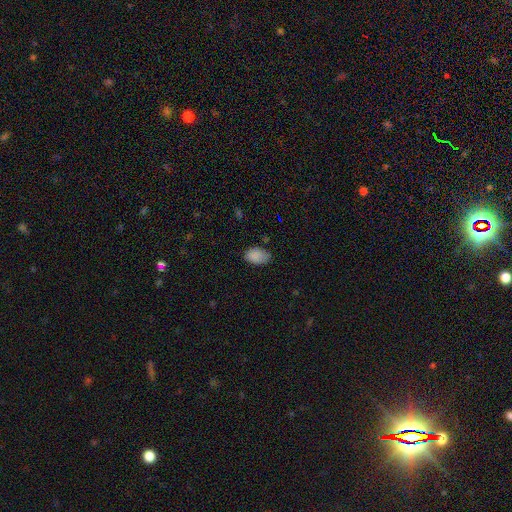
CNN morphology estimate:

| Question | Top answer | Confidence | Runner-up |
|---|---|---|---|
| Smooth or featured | smooth | 87% | star or artifact (8%) |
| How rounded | in between | 89% | round (10%) |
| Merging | none | 71% | minor disturbance (23%) |